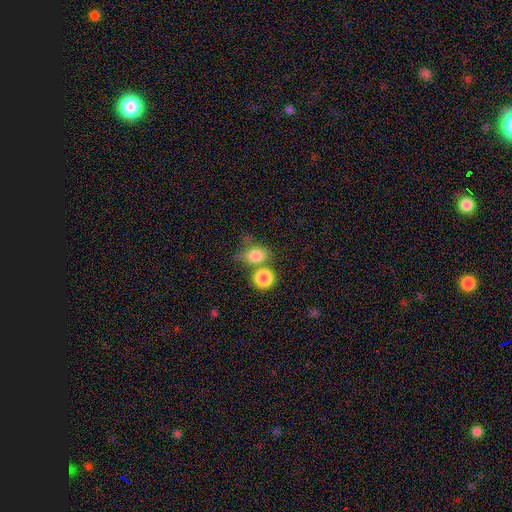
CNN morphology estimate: The model was most divided on "how rounded": round: 55%, in between: 44%, cigar-shaped: 2%. Remaining: smooth or featured — smooth (81%); merging — none (48%).